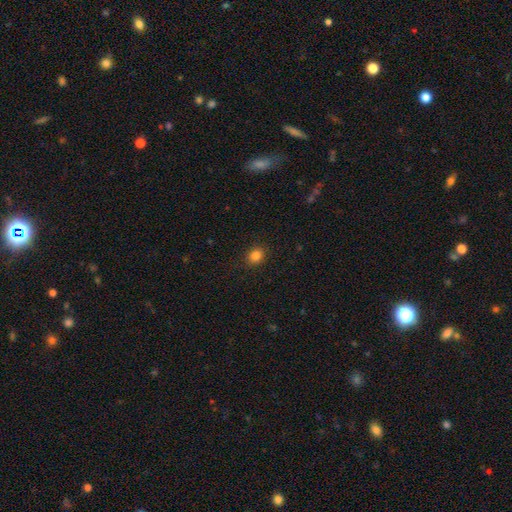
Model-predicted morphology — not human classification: A smooth galaxy with no disk features (84%) that is round (64%).

Vote fractions:
- Smooth or featured? smooth: 84% / star or artifact: 12% / featured or disk: 4%
- How rounded? round: 64% / in between: 35% / cigar-shaped: 1%
- Merging? none: 89% / minor disturbance: 8% / major disturbance: 2% / merger: 1%